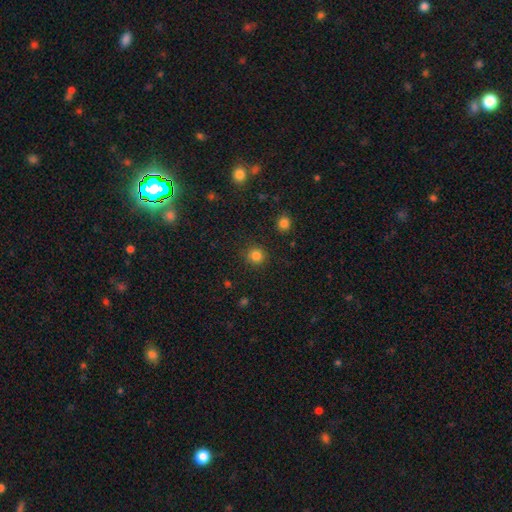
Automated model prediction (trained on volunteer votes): Smooth or featured? smooth (82%)
How rounded? round (93%)
Merging? none (89%)